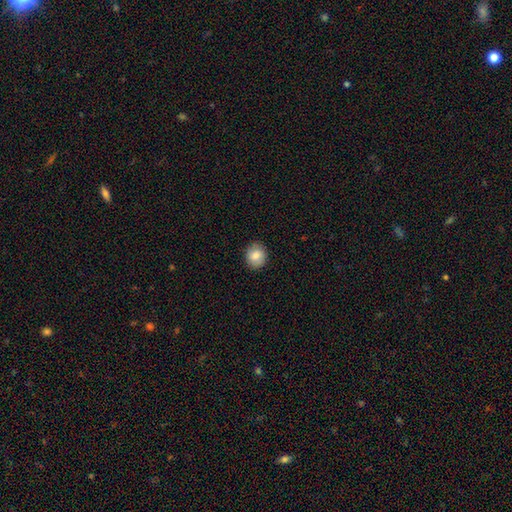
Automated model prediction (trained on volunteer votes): The model was most divided on "how rounded": round: 74%, in between: 25%, cigar-shaped: 1%. More confident: merging — none (88%); smooth or featured — smooth (83%).